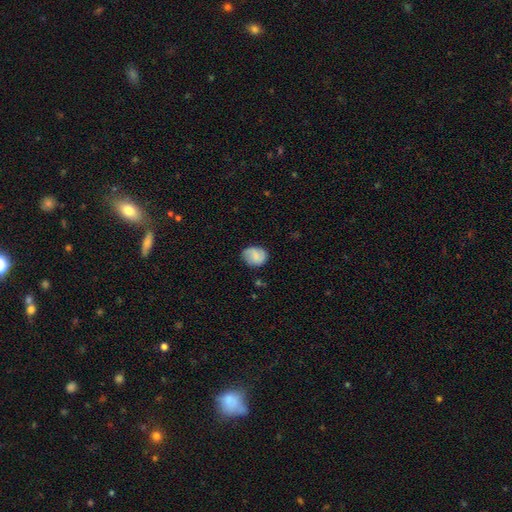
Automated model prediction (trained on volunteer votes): Overall: smooth (64%; featured or disk 28%). How rounded: round (63%; in between 36%). Merging: none (73%).